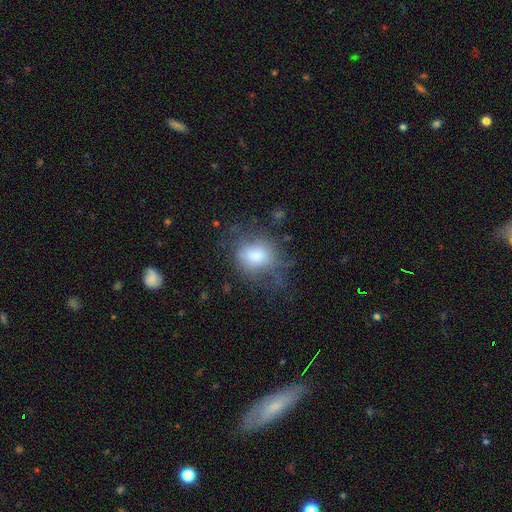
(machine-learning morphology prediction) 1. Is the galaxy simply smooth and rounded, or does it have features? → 69% smooth, 21% featured or disk, 10% star or artifact.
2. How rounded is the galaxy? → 51% round, 48% in between, 1% cigar-shaped.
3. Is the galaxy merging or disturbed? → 41% none, 28% minor disturbance, 28% major disturbance, 3% merger.